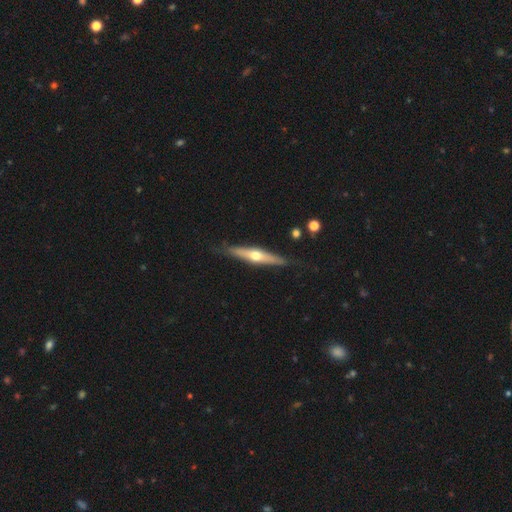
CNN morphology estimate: featured or disk 61%, smooth 33%, star or artifact 5%. Down the decision tree: edge-on disk — yes (92%); edge-on bulge — rounded (91%); merging — none (83%).